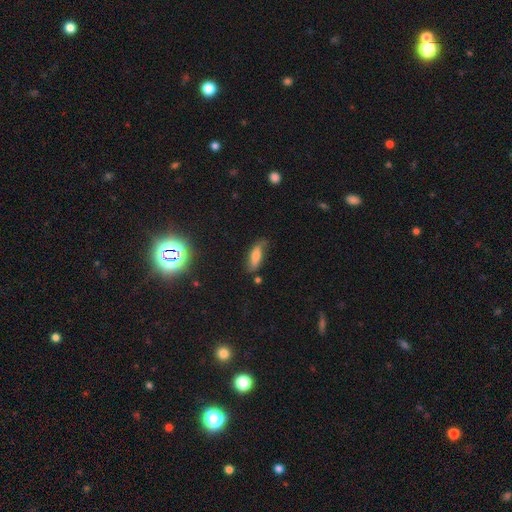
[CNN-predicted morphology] The model was most divided on "how rounded": in between: 61%, cigar-shaped: 36%, round: 3%. More confident: merging — none (59%); smooth or featured — smooth (58%).